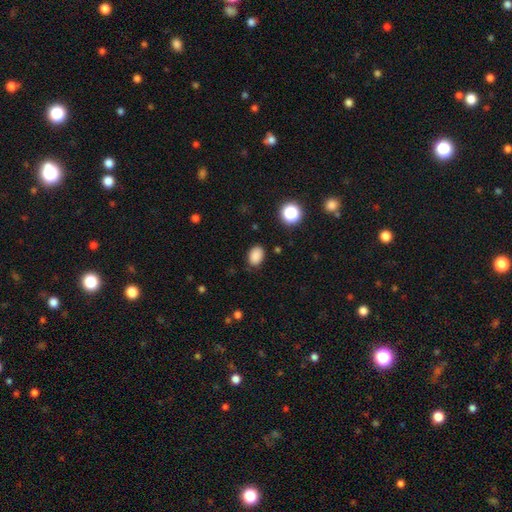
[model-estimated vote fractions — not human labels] smooth-or-featured: smooth: 86% | star or artifact: 10% | featured or disk: 3%
  how-rounded: in between: 79% | round: 20% | cigar-shaped: 1%
  merging: none: 83% | minor disturbance: 13% | major disturbance: 3% | merger: 1%